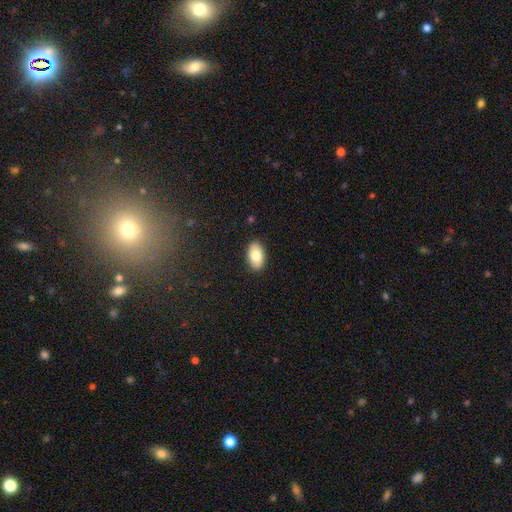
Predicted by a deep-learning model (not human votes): Morphology: type=smooth (81%); roundness=in between (94%); merging=none (89%).